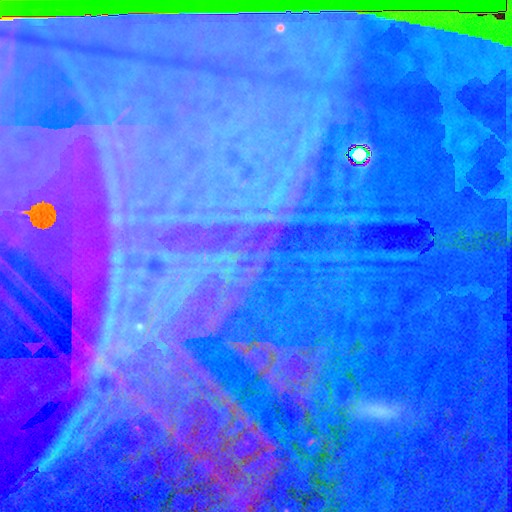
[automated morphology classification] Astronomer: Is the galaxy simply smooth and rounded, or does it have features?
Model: star or artifact — 87%.